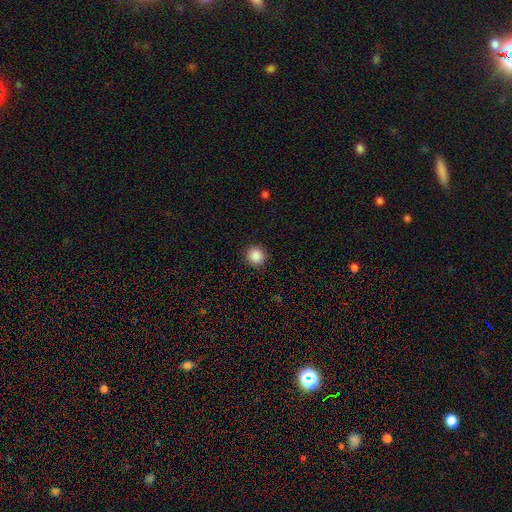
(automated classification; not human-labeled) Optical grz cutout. It shows a smooth galaxy with no disk features (88%) that is round (94%). Merging: none (92%).